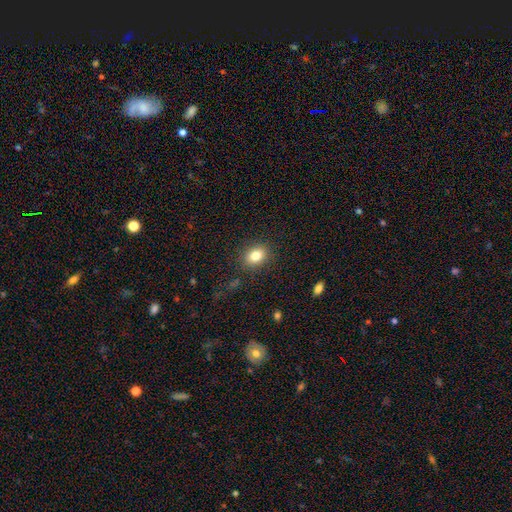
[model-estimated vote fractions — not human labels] Overall: smooth (82%). How rounded: in between (55%; round 44%). Merging: none (87%).